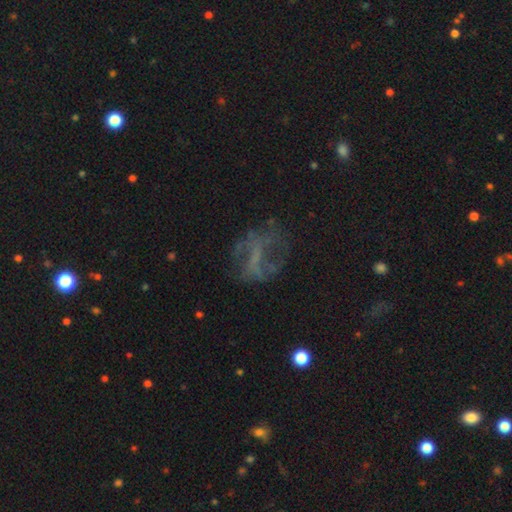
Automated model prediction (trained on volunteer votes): The model was most divided on "spiral arms": no: 57%, yes: 43%. More confident: edge-on disk — no (95%); bulge size — none (69%); smooth or featured — featured or disk (55%); merging — none (53%); bar — no (51%).